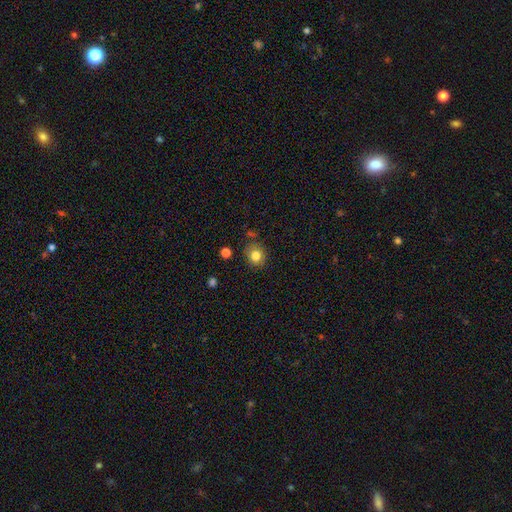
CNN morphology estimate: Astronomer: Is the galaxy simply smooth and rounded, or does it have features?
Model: smooth — 81%.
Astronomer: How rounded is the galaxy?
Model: round — 78%.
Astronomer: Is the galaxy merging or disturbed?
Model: none — 81%.